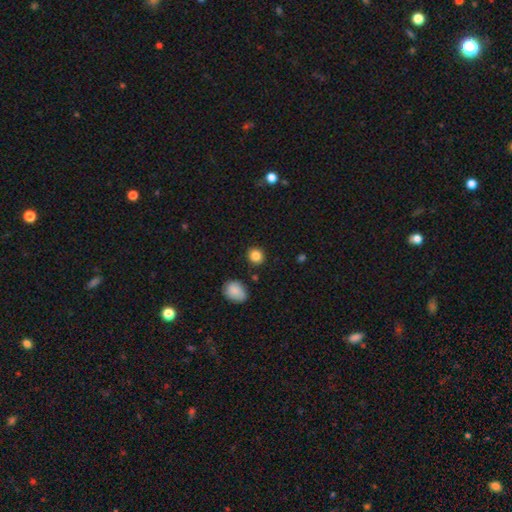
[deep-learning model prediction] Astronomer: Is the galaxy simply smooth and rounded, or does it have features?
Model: smooth — 85%.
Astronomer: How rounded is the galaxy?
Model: round — 82%.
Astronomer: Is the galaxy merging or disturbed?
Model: none — 88%.